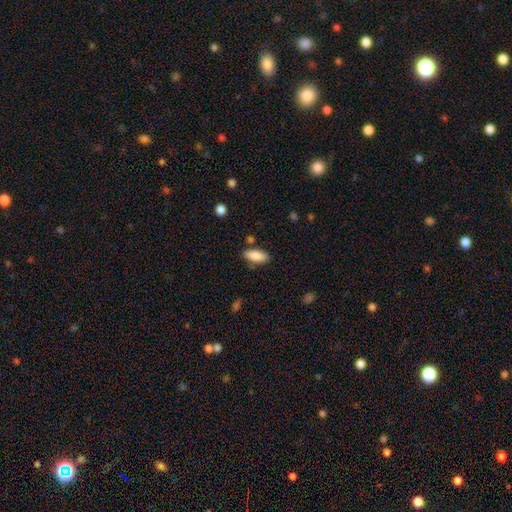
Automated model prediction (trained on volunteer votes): smooth_or_featured: smooth (p=0.88) [alt: star or artifact p=0.07]
how_rounded: in between (p=0.86) [alt: cigar-shaped p=0.12]
merging: none (p=0.80) [alt: minor disturbance p=0.13]